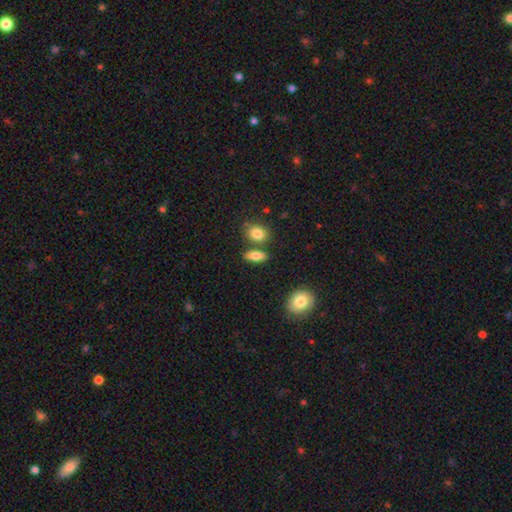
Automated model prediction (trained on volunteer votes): This appears to be a smooth galaxy with no disk features (79%) that is in between round and cigar-shaped (70%). Merging: none (75%).